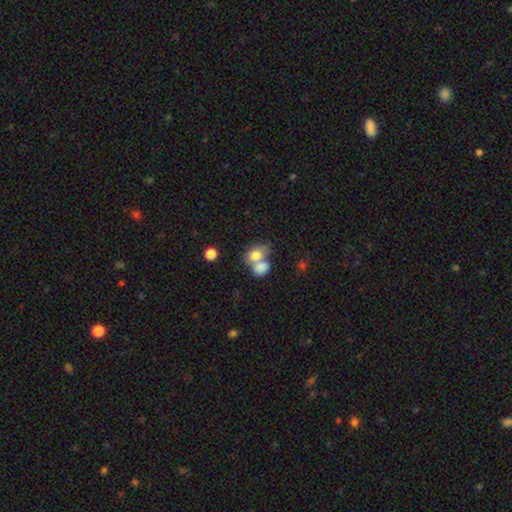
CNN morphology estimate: Q: Smooth or featured?
A: smooth (77%); runner-up: featured or disk (14%)
Q: How rounded?
A: in between (69%); runner-up: round (29%)
Q: Merging?
A: merger (62%); runner-up: none (24%)